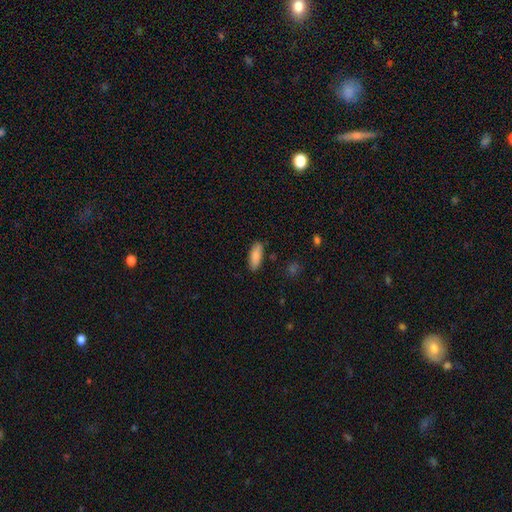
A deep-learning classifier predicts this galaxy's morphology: smooth 86%, featured or disk 8%, star or artifact 6%. Down the decision tree: how rounded — in between (72%); merging — none (85%).